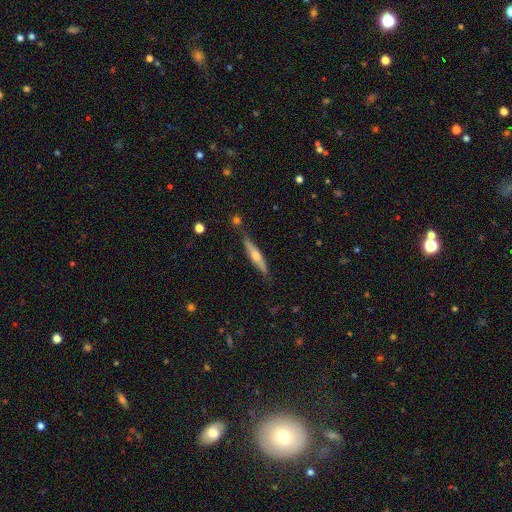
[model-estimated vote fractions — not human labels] Morphology: type=featured or disk (54%); edge-on=yes (92%); merging=none (78%).